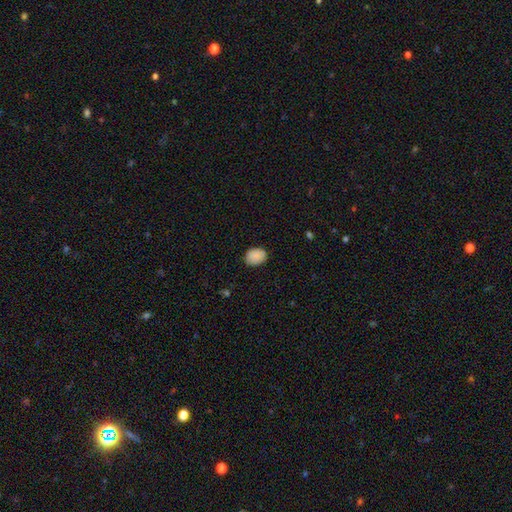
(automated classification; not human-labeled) Smooth or featured? smooth (89%)
How rounded? in between (61%)
Merging? none (84%)